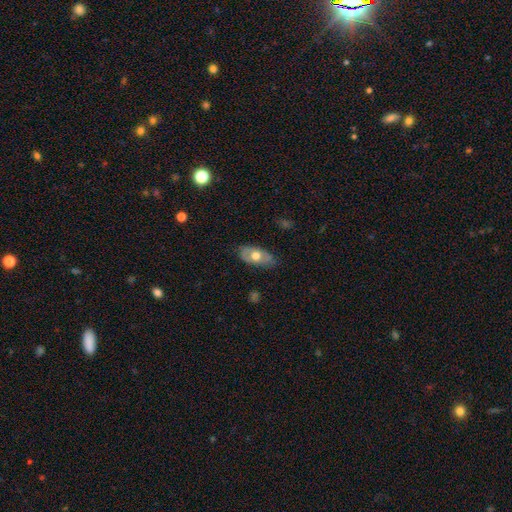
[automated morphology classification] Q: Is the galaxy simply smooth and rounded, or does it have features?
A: smooth — 54%.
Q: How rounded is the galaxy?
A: in between — 90%.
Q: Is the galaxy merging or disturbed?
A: none — 76%.